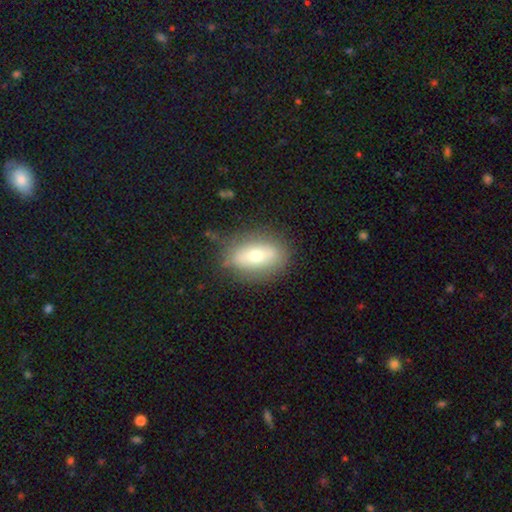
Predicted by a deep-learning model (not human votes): The model was most divided on "smooth or featured": smooth: 63%, featured or disk: 29%, star or artifact: 8%. More confident: how rounded — in between (82%); merging — none (77%).